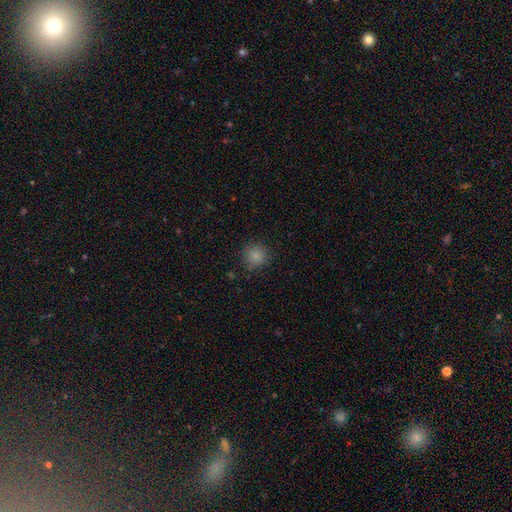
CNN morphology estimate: smooth_or_featured: smooth (p=0.84) [alt: star or artifact p=0.12]
how_rounded: round (p=0.94) [alt: in between p=0.06]
merging: none (p=0.87) [alt: minor disturbance p=0.09]